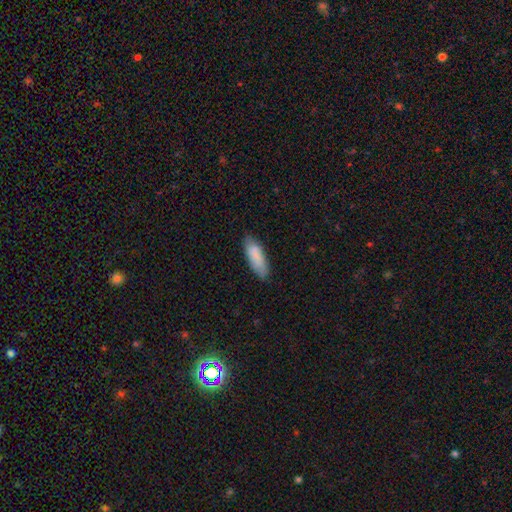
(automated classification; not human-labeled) smooth_or_featured: smooth (p=0.85) [alt: featured or disk p=0.10]
how_rounded: in between (p=0.62) [alt: cigar-shaped p=0.36]
merging: none (p=0.78) [alt: minor disturbance p=0.18]